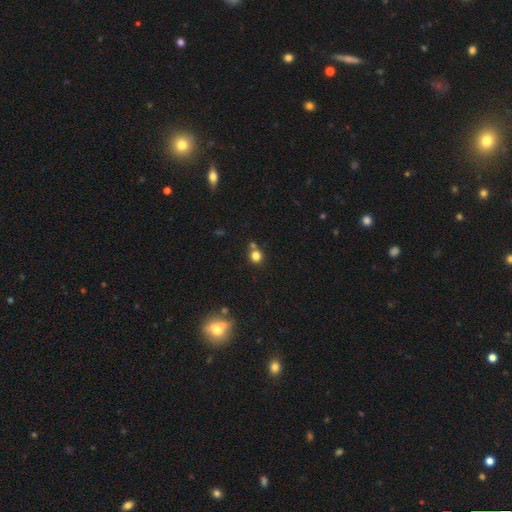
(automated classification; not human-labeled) smooth 80%, star or artifact 14%, featured or disk 6%. Down the decision tree: how rounded — round (83%); merging — none (67%).